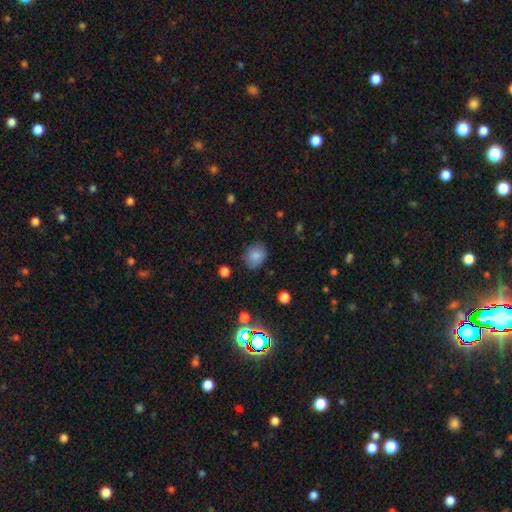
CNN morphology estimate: Smooth or featured? Predicted: smooth (p=0.84). How rounded? Predicted: round (p=0.65). Merging? Predicted: none (p=0.78).